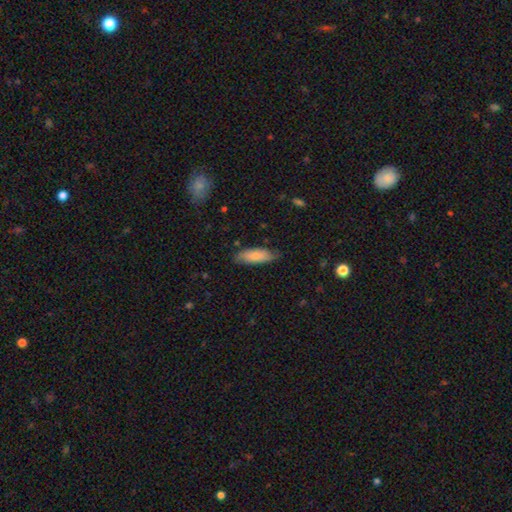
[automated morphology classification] smooth 79%, featured or disk 15%, star or artifact 6%. Down the decision tree: how rounded — in between (66%); merging — none (74%).